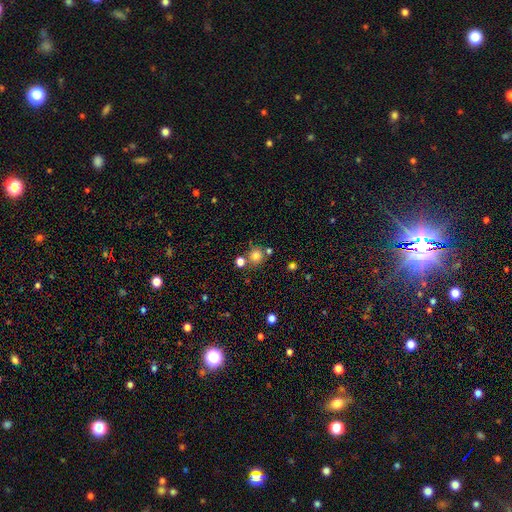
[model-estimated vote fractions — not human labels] Smooth or featured?
  - smooth: 78% *
  - star or artifact: 15%
  - featured or disk: 7%
How rounded?
  - round: 90% *
  - in between: 9%
  - cigar-shaped: 1%
Merging?
  - none: 72% *
  - merger: 15%
  - minor disturbance: 9%
  - major disturbance: 3%